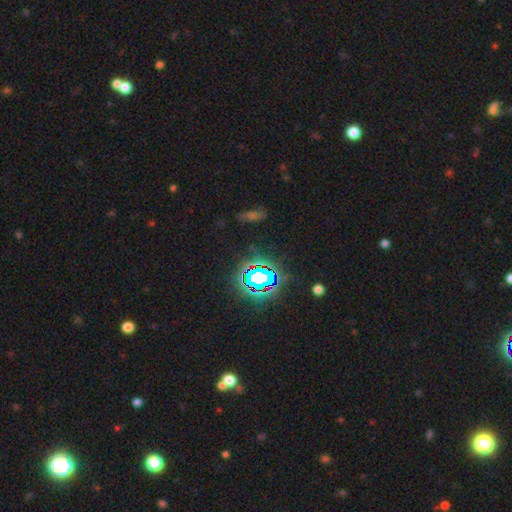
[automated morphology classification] star or artifact 79%, smooth 13%, featured or disk 8%.